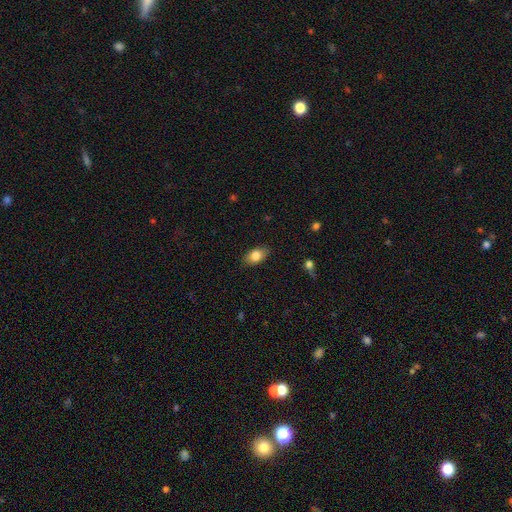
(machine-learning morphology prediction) smooth_or_featured: smooth (p=0.81) [alt: featured or disk p=0.11]
how_rounded: in between (p=0.88) [alt: round p=0.10]
merging: none (p=0.84) [alt: minor disturbance p=0.12]